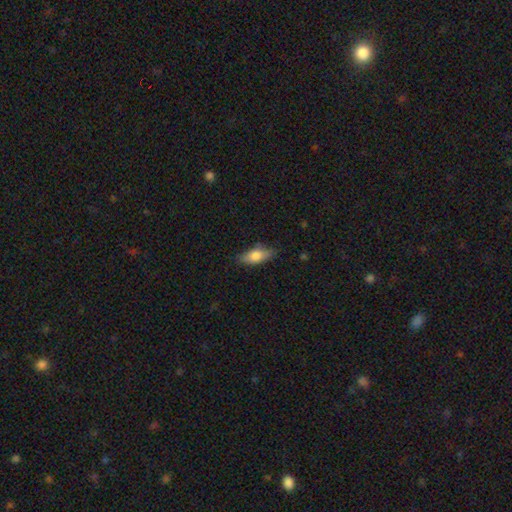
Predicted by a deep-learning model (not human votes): Smooth or featured? Predicted: smooth (p=0.74). How rounded? Predicted: in between (p=0.79). Merging? Predicted: none (p=0.75).